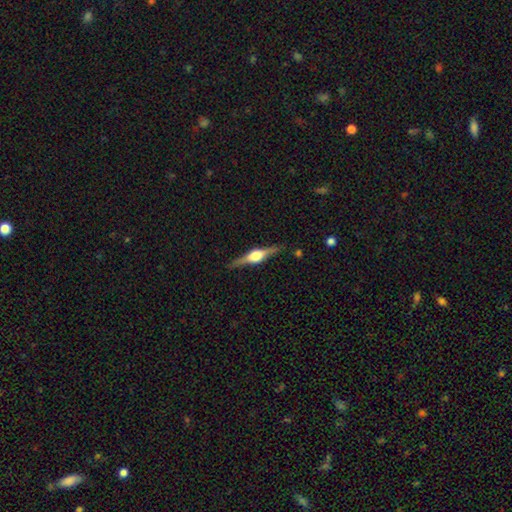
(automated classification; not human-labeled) Smooth or featured? Predicted: featured or disk (p=0.82). Edge-on disk? Predicted: yes (p=0.98). Edge-on bulge? Predicted: rounded (p=0.93). Merging? Predicted: none (p=0.88).